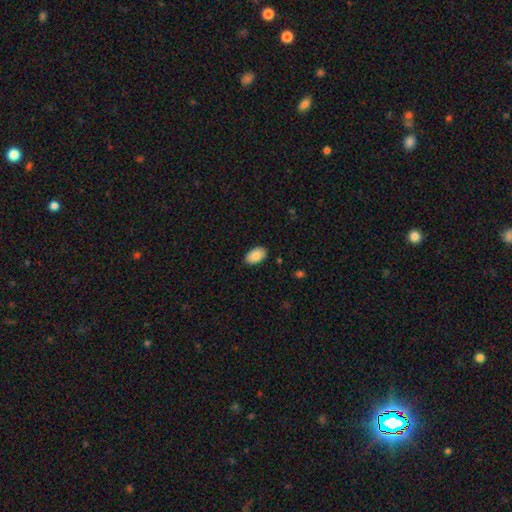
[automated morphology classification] smooth_or_featured: smooth (p=0.85) [alt: featured or disk p=0.09]
how_rounded: in between (p=0.93) [alt: round p=0.06]
merging: none (p=0.88) [alt: minor disturbance p=0.09]